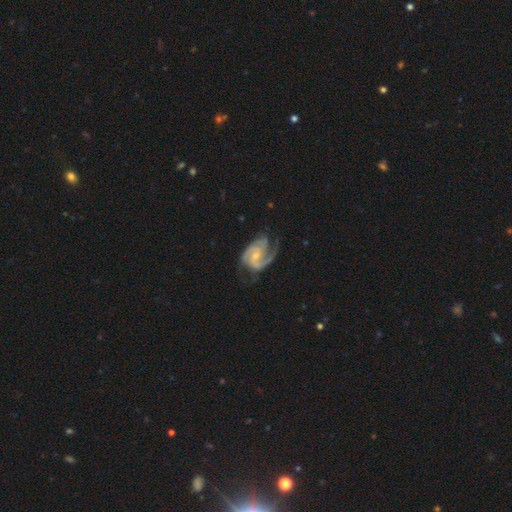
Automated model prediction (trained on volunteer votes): The model was most divided on "spiral arm count": 2: 41%, 3: 39%, can't tell: 7%, 4: 5%, 1: 4%, more than 4: 4%. Remaining: spiral arms — yes (98%); edge-on disk — no (98%); smooth or featured — featured or disk (92%); merging — none (62%); bulge size — small (57%); spiral winding — medium (49%); bar — no (48%).